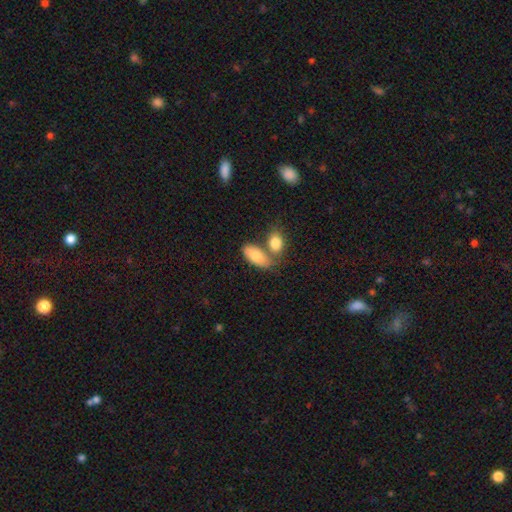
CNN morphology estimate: Smooth or featured: smooth — 80% (featured or disk — 14%)
How rounded: in between — 90% (cigar-shaped — 6%)
Merging: merger — 43% (none — 41%)